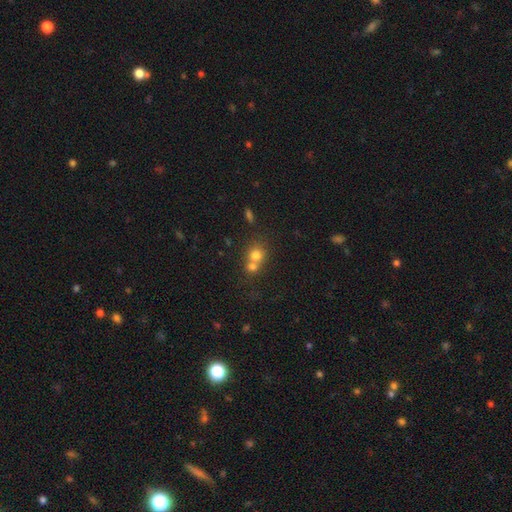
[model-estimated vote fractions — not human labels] smooth_or_featured: smooth (p=0.74) [alt: featured or disk p=0.13]
how_rounded: round (p=0.80) [alt: in between p=0.19]
merging: merger (p=0.58) [alt: none p=0.33]